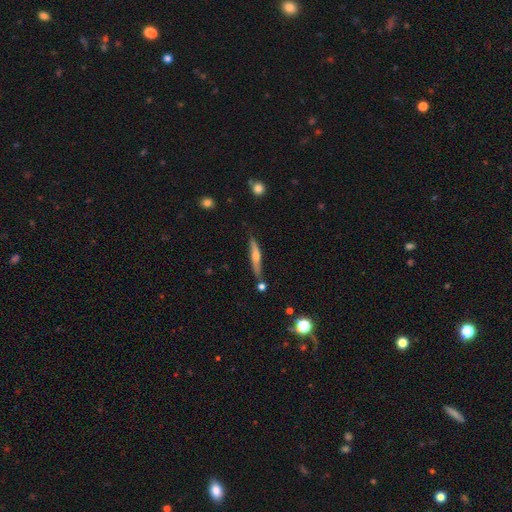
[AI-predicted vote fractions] A featured or disk galaxy (56%) viewed edge-on (94%) with a rounded central bulge (80%).

Vote fractions:
- Smooth or featured? featured or disk: 56% / smooth: 37% / star or artifact: 7%
- Edge-on disk? yes: 94% / no: 6%
- Edge-on bulge? rounded: 80% / none: 13% / boxy: 7%
- Merging? none: 78% / minor disturbance: 14% / merger: 5% / major disturbance: 3%